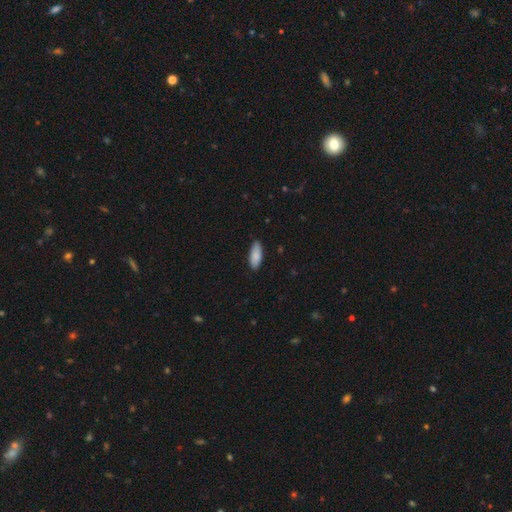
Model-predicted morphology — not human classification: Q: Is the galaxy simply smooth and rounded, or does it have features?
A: smooth — 87%.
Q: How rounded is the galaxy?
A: in between — 77%.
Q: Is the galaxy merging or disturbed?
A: none — 85%.